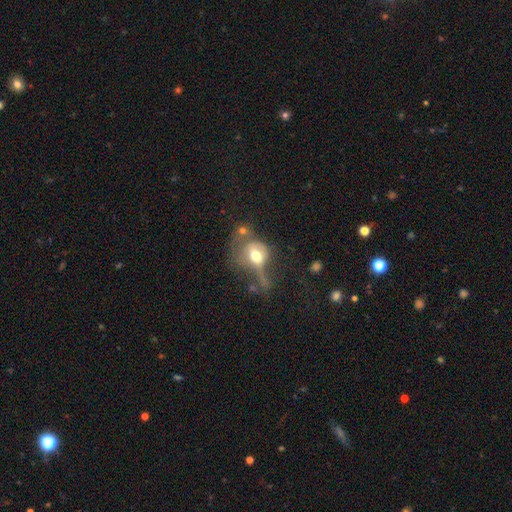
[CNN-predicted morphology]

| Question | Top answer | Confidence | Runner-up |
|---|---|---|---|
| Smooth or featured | smooth | 56% | featured or disk (34%) |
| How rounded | in between | 50% | round (47%) |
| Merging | major disturbance | 44% | none (19%) |